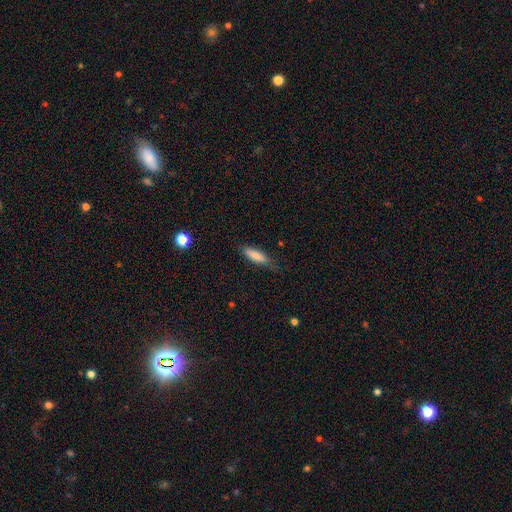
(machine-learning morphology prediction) Smooth or featured? smooth (80%)
How rounded? cigar-shaped (55%)
Merging? none (67%)